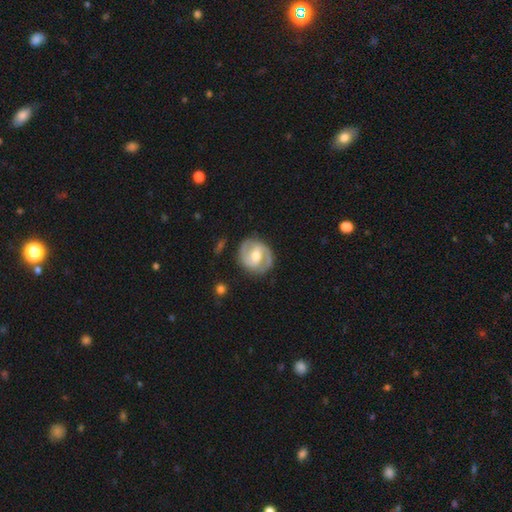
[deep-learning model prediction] This is clearly a featured or disk galaxy (82%). It is clearly not viewed edge-on (98%). Bar: possibly weak (49%). Spiral arm pattern: clearly yes (93%). Spiral arm count: clearly 2 (89%). Spiral winding: possibly medium (47%). Central bulge: likely moderate (67%). Merging: clearly none (82%).